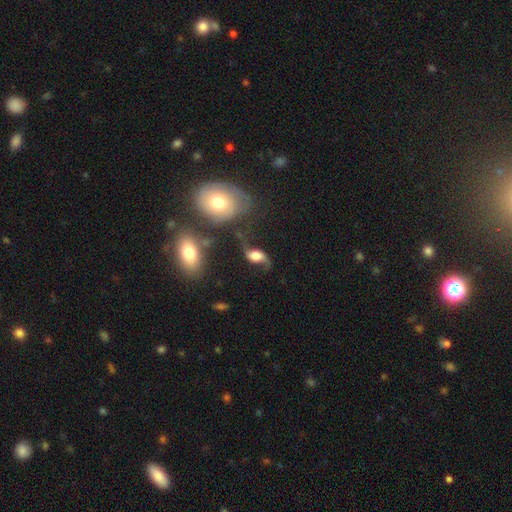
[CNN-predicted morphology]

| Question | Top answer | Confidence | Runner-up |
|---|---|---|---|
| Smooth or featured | featured or disk | 69% | smooth (22%) |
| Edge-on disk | no | 94% | yes (6%) |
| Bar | no | 56% | weak (34%) |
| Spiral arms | yes | 91% | no (9%) |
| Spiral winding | loose | 86% | medium (11%) |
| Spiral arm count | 2 | 92% | 1 (3%) |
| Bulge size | large | 46% | moderate (23%) |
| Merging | none | 53% | minor disturbance (20%) |